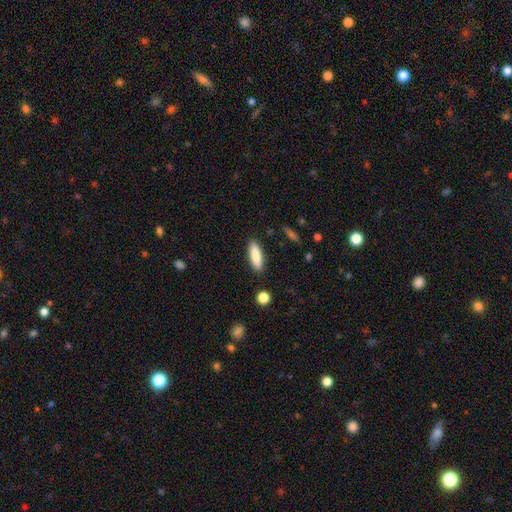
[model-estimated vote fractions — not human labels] A smooth galaxy with no disk features (83%) that is cigar-shaped (59%).

Vote fractions:
- Smooth or featured? smooth: 83% / featured or disk: 11% / star or artifact: 6%
- How rounded? cigar-shaped: 59% / in between: 40% / round: 2%
- Merging? none: 88% / minor disturbance: 8% / major disturbance: 2% / merger: 2%